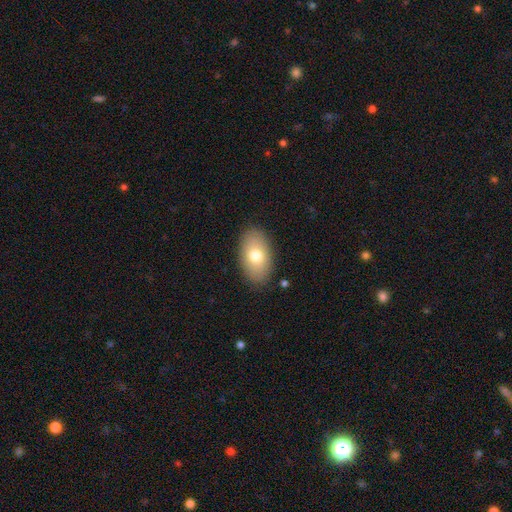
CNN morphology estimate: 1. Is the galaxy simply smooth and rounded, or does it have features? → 74% smooth, 18% featured or disk, 8% star or artifact.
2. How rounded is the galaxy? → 92% in between, 7% round, 1% cigar-shaped.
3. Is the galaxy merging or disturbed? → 87% none, 9% minor disturbance, 3% major disturbance, 1% merger.